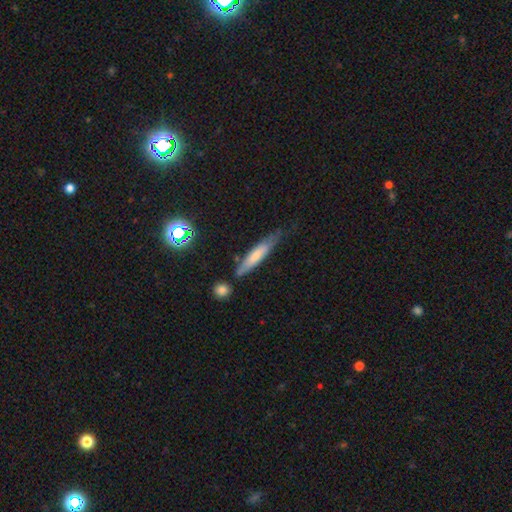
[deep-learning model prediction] Smooth or featured? smooth (65%)
How rounded? cigar-shaped (85%)
Merging? none (61%)